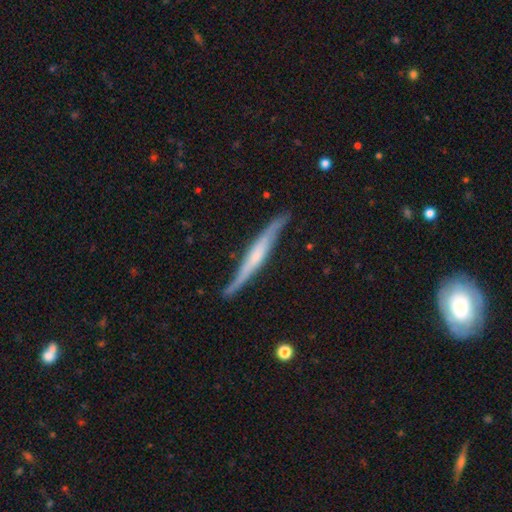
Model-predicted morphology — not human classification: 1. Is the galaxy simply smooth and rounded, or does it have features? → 68% featured or disk, 27% smooth, 5% star or artifact.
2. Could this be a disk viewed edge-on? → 88% yes, 12% no.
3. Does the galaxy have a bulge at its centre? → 39% rounded, 38% none, 23% boxy.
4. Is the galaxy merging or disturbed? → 76% none, 18% minor disturbance, 4% major disturbance, 2% merger.